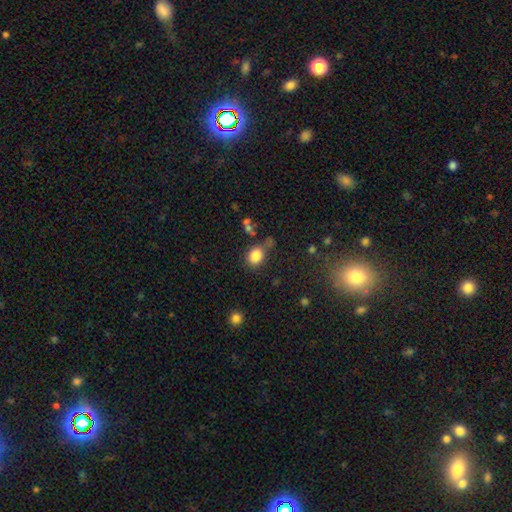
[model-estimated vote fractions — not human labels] Smooth or featured?
  - smooth: 84% *
  - star or artifact: 11%
  - featured or disk: 6%
How rounded?
  - round: 50% *
  - in between: 49%
  - cigar-shaped: 1%
Merging?
  - none: 61% *
  - minor disturbance: 21%
  - merger: 9%
  - major disturbance: 8%